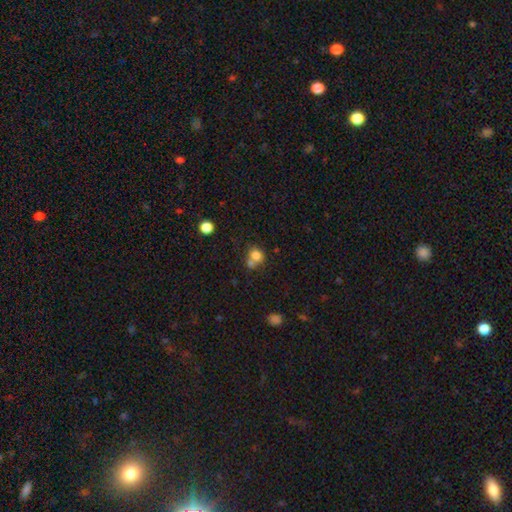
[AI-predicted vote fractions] smooth_or_featured: smooth (p=0.77) [alt: star or artifact p=0.12]
how_rounded: round (p=0.70) [alt: in between p=0.29]
merging: merger (p=0.44) [alt: none p=0.42]